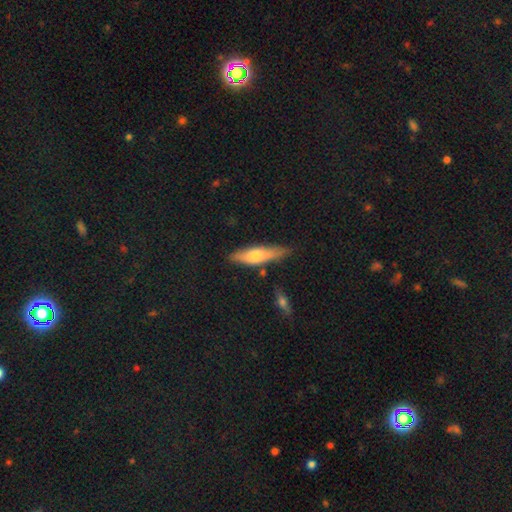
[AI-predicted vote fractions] smooth 58%, featured or disk 36%, star or artifact 7%. Down the decision tree: how rounded — cigar-shaped (68%); merging — none (75%).